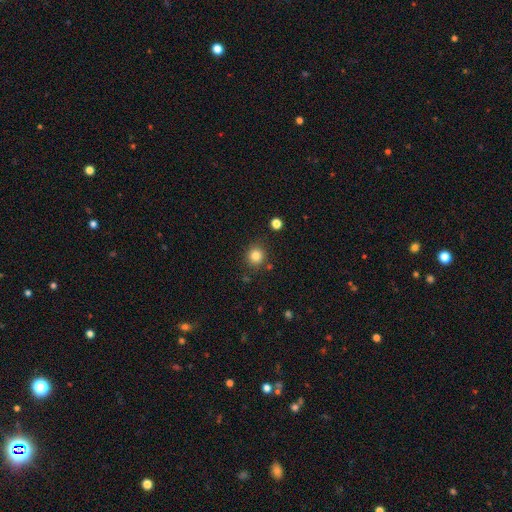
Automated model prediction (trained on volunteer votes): Smooth or featured? smooth (83%)
How rounded? round (90%)
Merging? none (85%)